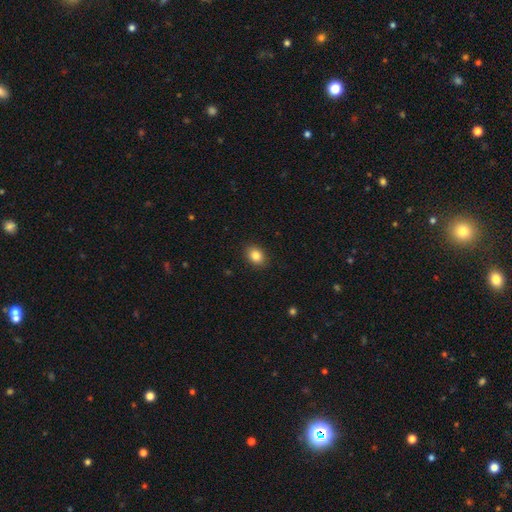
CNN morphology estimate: smooth 85%, star or artifact 9%, featured or disk 6%. Down the decision tree: how rounded — in between (66%); merging — none (89%).